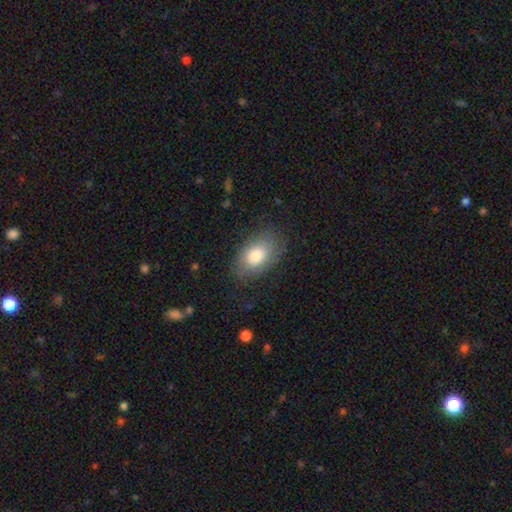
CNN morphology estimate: smooth_or_featured: smooth (p=0.79) [alt: featured or disk p=0.14]
how_rounded: in between (p=0.90) [alt: round p=0.09]
merging: none (p=0.77) [alt: minor disturbance p=0.16]